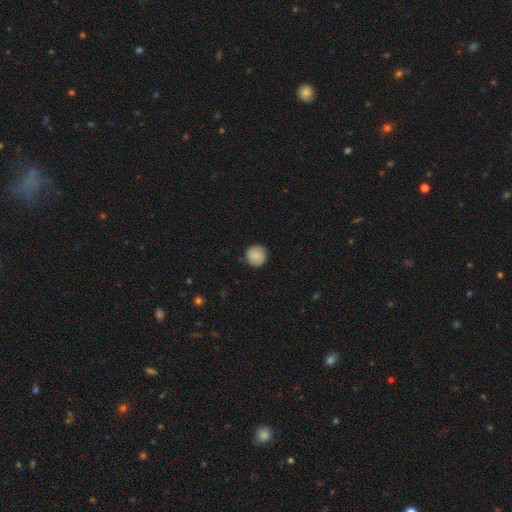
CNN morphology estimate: This is clearly a smooth galaxy (85%). How rounded: clearly round (94%). Merging: clearly none (88%).